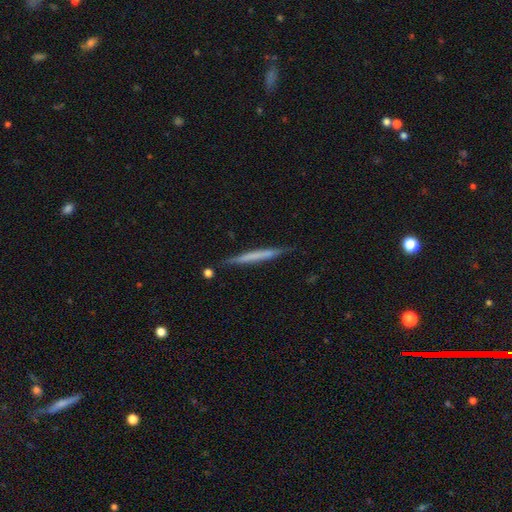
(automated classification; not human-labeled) smooth 51%, featured or disk 43%, star or artifact 5%. Down the decision tree: how rounded — cigar-shaped (97%); merging — none (85%).